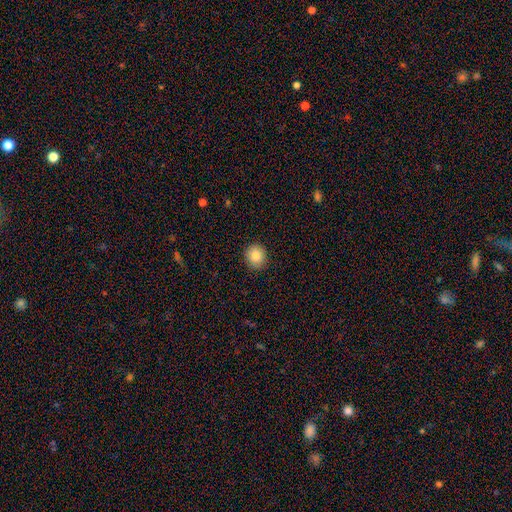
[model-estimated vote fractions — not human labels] This is clearly a smooth galaxy (83%). How rounded: clearly round (81%). Merging: clearly none (90%).